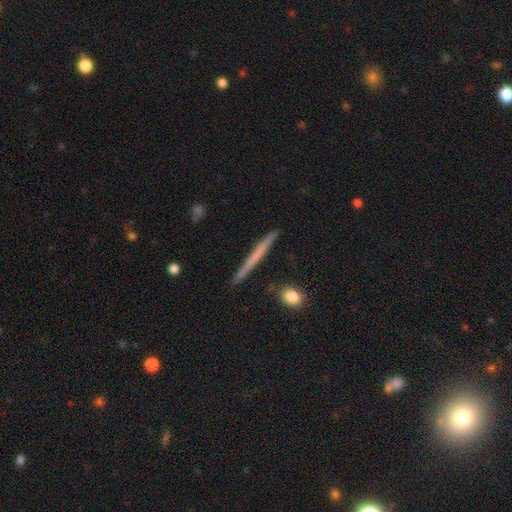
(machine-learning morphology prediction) This is possibly a smooth galaxy (49%). Merging: clearly none (90%).